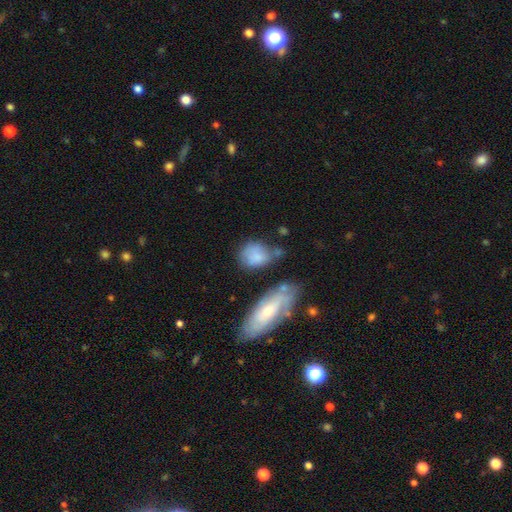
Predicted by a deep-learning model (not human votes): Smooth or featured? Predicted: smooth (p=0.75). How rounded? Predicted: in between (p=0.55). Merging? Predicted: none (p=0.41).